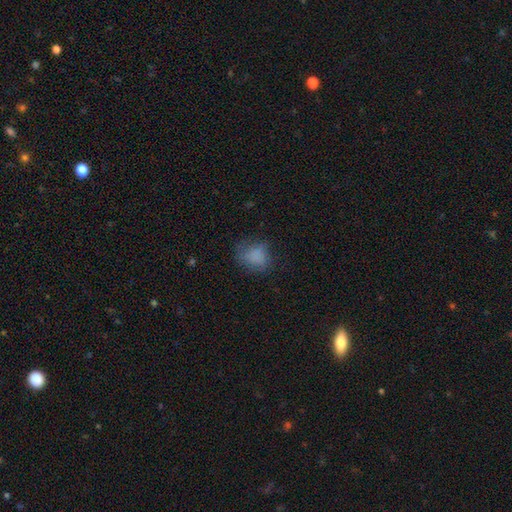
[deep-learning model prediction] Q: Smooth or featured?
A: smooth (79%); runner-up: star or artifact (11%)
Q: How rounded?
A: round (57%); runner-up: in between (42%)
Q: Merging?
A: none (58%); runner-up: minor disturbance (25%)